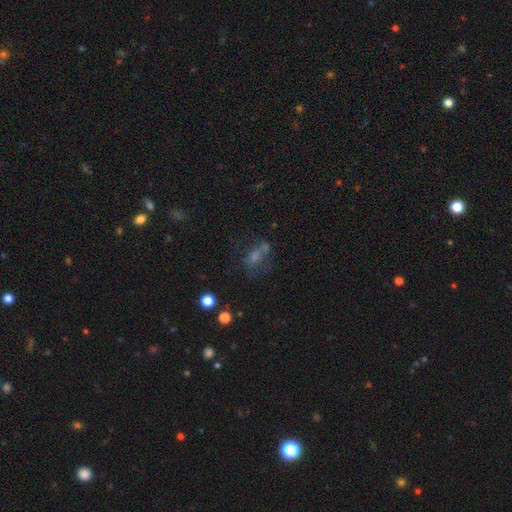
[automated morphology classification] Overall: smooth (50%; featured or disk 28%). How rounded: in between (69%). Merging: none (38%; major disturbance 25%).